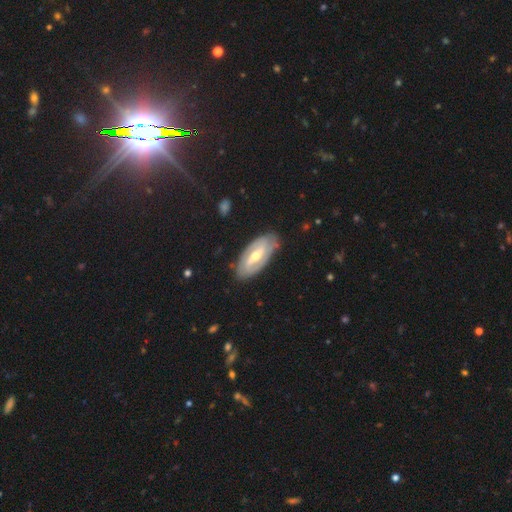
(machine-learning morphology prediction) Overall: featured or disk (77%). Edge-on disk: no (91%). Bar: weak (41%; strong 39%). Spiral arms: yes (79%). Spiral arm count: 2 (68%). Spiral winding: tight (49%; medium 34%). Bulge size: moderate (63%; small 31%). Merging: none (81%).